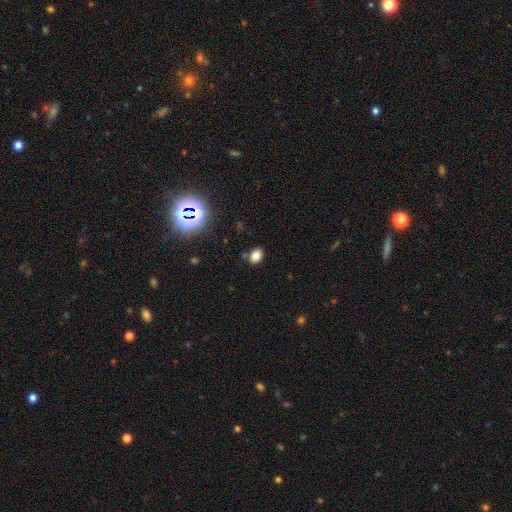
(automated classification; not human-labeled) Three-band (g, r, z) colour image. It shows a smooth galaxy with no disk features (77%) that is in between round and cigar-shaped (69%). Merging: none (82%).